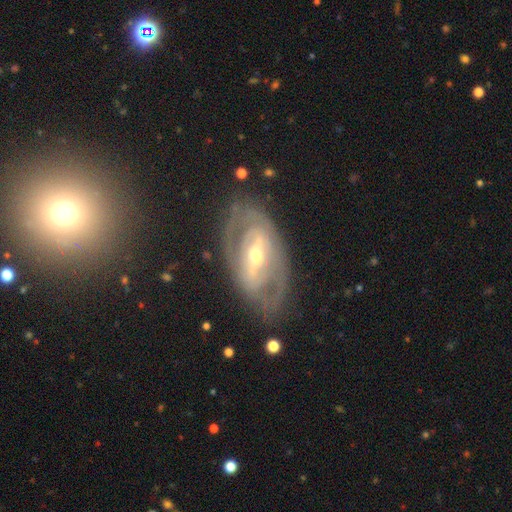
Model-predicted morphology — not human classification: smooth_or_featured: featured or disk (p=0.83) [alt: smooth p=0.11]
disk_edge_on: no (p=0.92) [alt: yes p=0.08]
bar: strong (p=0.49) [alt: weak p=0.34]
has_spiral_arms: yes (p=0.76) [alt: no p=0.24]
spiral_winding: tight (p=0.56) [alt: medium p=0.33]
spiral_arm_count: 2 (p=0.53) [alt: can't tell p=0.31]
bulge_size: moderate (p=0.49) [alt: small p=0.46]
merging: none (p=0.75) [alt: minor disturbance p=0.15]